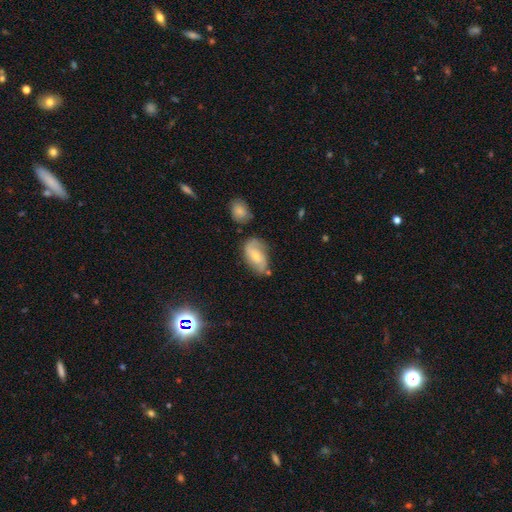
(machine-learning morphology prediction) This appears to be a featured or disk galaxy (57%) with no bar (57%), spiral arms (84%) and a small central bulge (53%). Merging: none (61%).